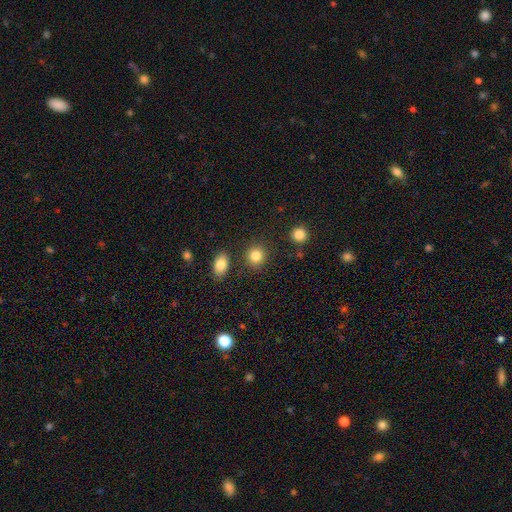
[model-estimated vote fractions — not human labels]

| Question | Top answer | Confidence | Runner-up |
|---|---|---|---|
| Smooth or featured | smooth | 85% | star or artifact (10%) |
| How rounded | round | 82% | in between (17%) |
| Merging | none | 85% | minor disturbance (8%) |